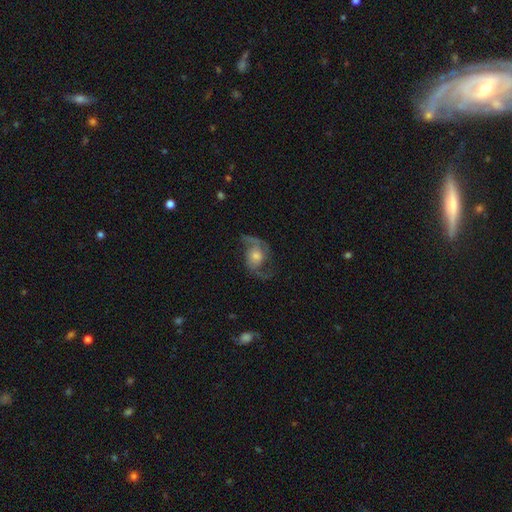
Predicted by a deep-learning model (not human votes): Overall: featured or disk (82%). Edge-on disk: no (97%). Bar: no (66%; weak 28%). Spiral arms: yes (94%). Spiral arm count: 2 (90%). Spiral winding: loose (55%; medium 38%). Bulge size: moderate (49%; small 24%). Merging: none (65%).